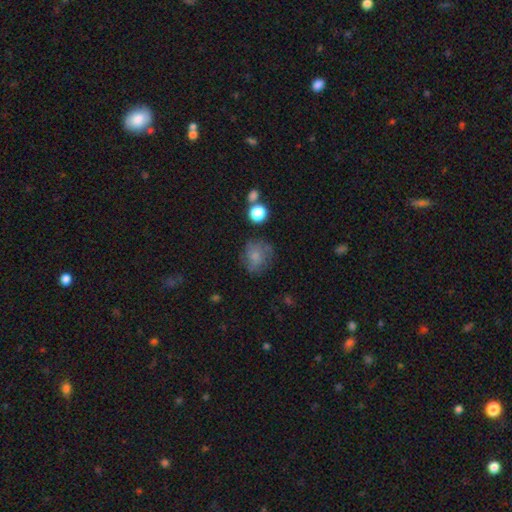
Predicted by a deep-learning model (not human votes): smooth-or-featured: smooth: 69% | featured or disk: 20% | star or artifact: 11%
  how-rounded: round: 75% | in between: 24% | cigar-shaped: 1%
  merging: none: 61% | minor disturbance: 23% | major disturbance: 13% | merger: 3%